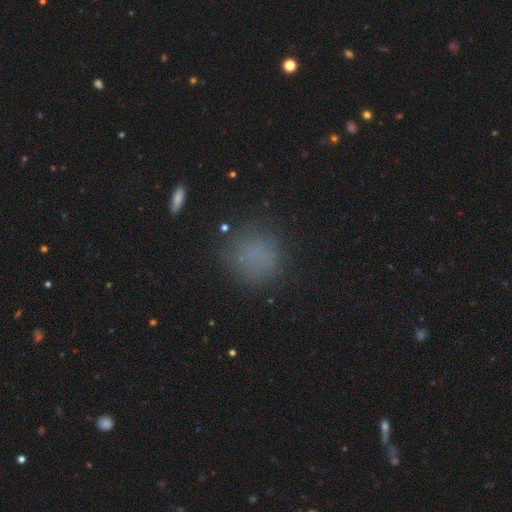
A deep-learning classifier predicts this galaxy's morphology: smooth_or_featured: smooth (p=0.73) [alt: star or artifact p=0.19]
how_rounded: round (p=0.90) [alt: in between p=0.09]
merging: none (p=0.82) [alt: minor disturbance p=0.11]